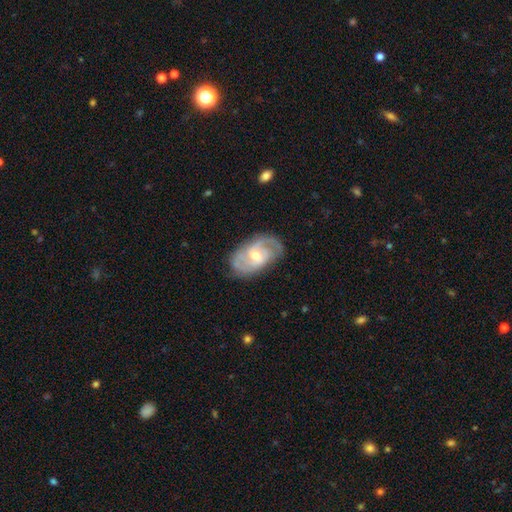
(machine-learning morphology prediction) Smooth or featured: featured or disk — 82% (smooth — 13%)
Edge-on disk: no — 96% (yes — 4%)
Bar: no — 46% (weak — 45%)
Spiral arms: yes — 93% (no — 7%)
Spiral winding: medium — 44% (tight — 41%)
Spiral arm count: 2 — 56% (can't tell — 19%)
Bulge size: moderate — 60% (small — 35%)
Merging: none — 73% (minor disturbance — 19%)